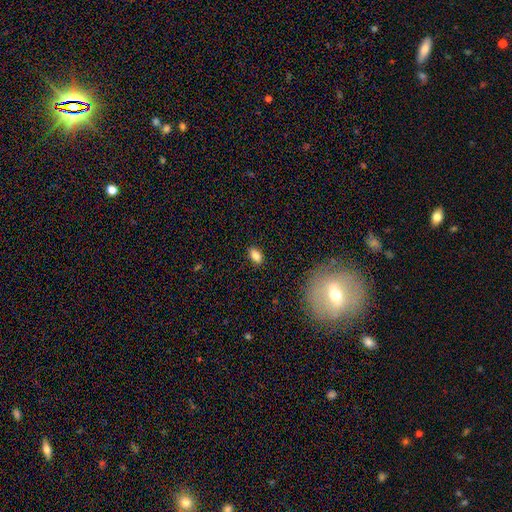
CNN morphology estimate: Smooth or featured: smooth — 84% (star or artifact — 10%)
How rounded: in between — 89% (round — 7%)
Merging: none — 88% (minor disturbance — 9%)